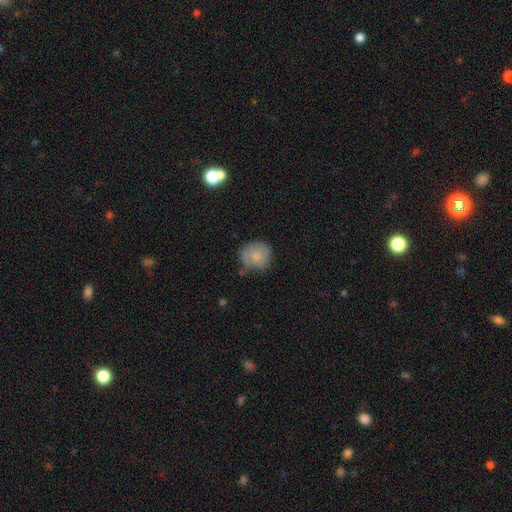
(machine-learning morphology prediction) Overall: smooth (79%). How rounded: round (88%). Merging: none (67%).